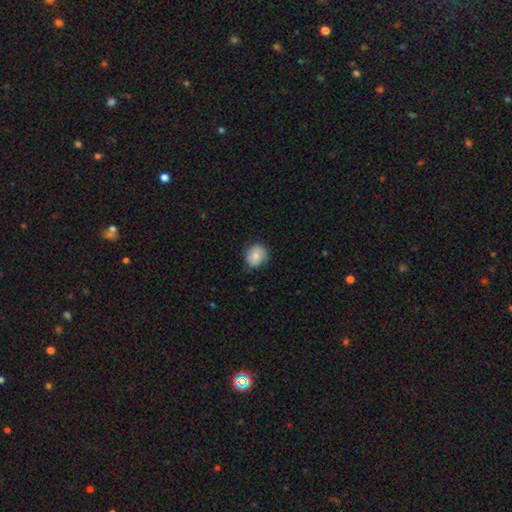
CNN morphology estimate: The model was most divided on "how rounded": round: 70%, in between: 29%, cigar-shaped: 1%. More confident: smooth or featured — smooth (74%); merging — none (73%).